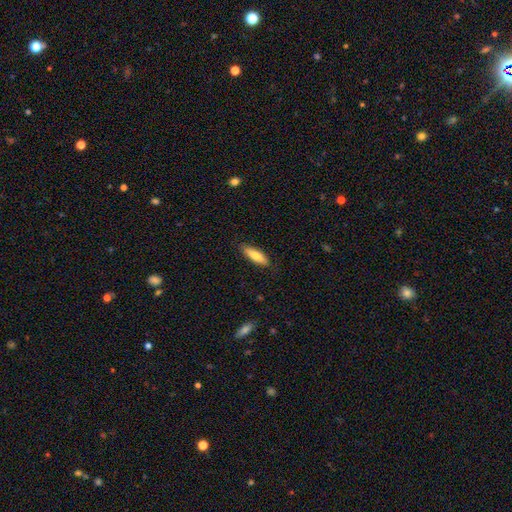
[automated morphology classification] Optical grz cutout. It shows a smooth galaxy with no disk features (76%) that is cigar-shaped (56%). Merging: none (85%).